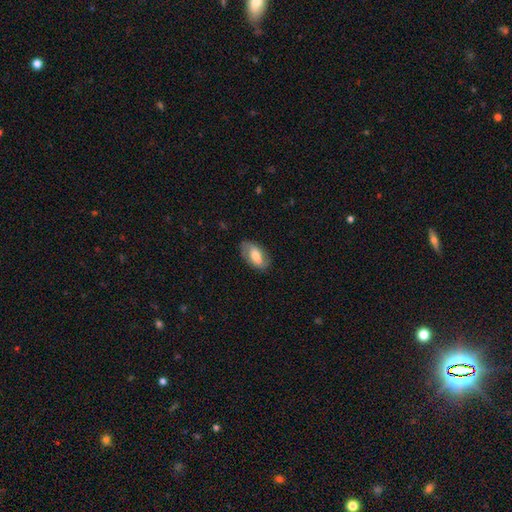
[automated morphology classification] smooth 54%, featured or disk 39%, star or artifact 7%. Down the decision tree: how rounded — in between (91%); merging — none (77%).